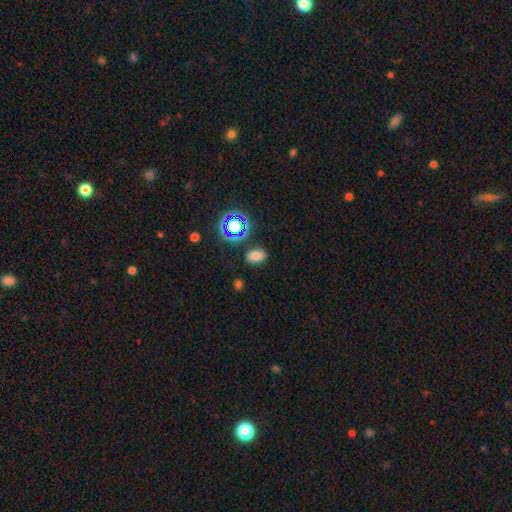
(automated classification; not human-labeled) smooth_or_featured: smooth (p=0.74) [alt: star or artifact p=0.20]
how_rounded: in between (p=0.83) [alt: round p=0.15]
merging: none (p=0.81) [alt: minor disturbance p=0.12]